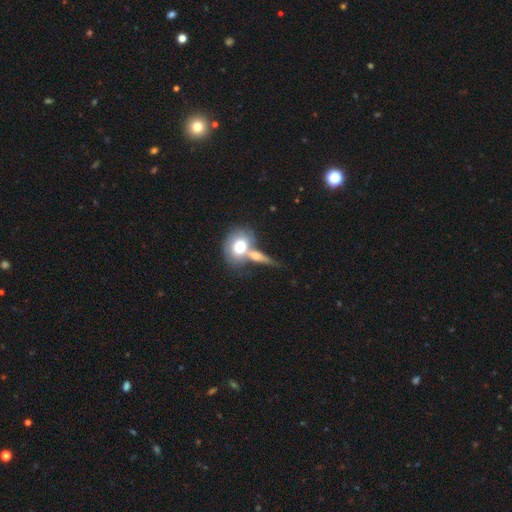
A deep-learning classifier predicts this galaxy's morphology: smooth_or_featured: smooth (p=0.59) [alt: featured or disk p=0.33]
how_rounded: in between (p=0.56) [alt: round p=0.32]
merging: merger (p=0.54) [alt: none p=0.27]